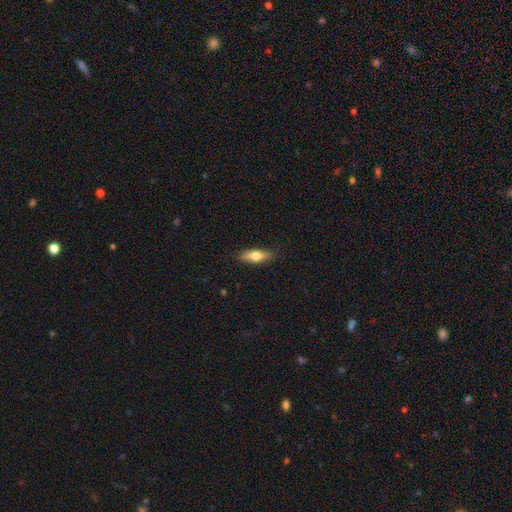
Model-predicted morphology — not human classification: smooth_or_featured: smooth (p=0.67) [alt: featured or disk p=0.27]
how_rounded: in between (p=0.54) [alt: cigar-shaped p=0.43]
merging: none (p=0.86) [alt: minor disturbance p=0.11]